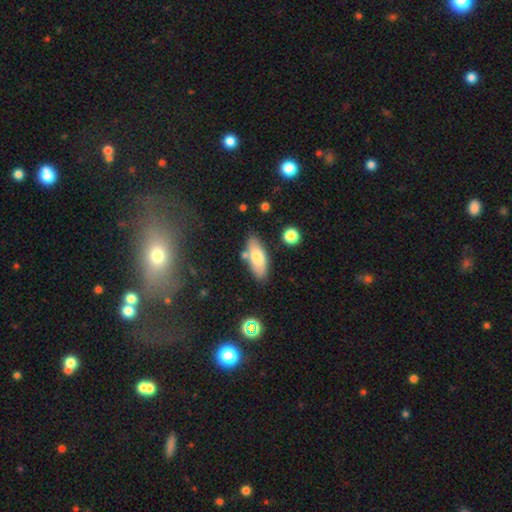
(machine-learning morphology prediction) Smooth or featured? Predicted: smooth (p=0.73). How rounded? Predicted: in between (p=0.79). Merging? Predicted: none (p=0.75).